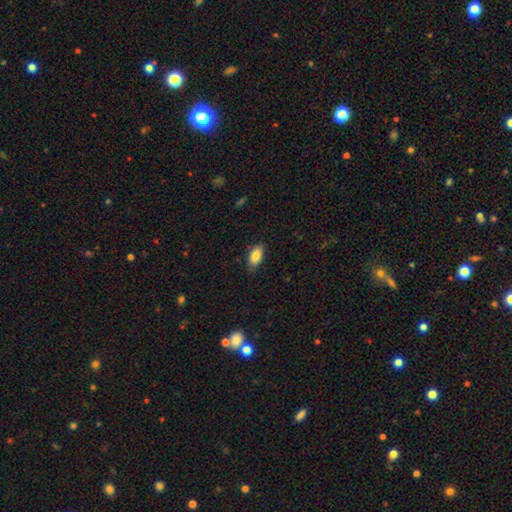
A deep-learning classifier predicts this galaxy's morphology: A smooth galaxy with no disk features (87%) that is in between round and cigar-shaped (90%).

Vote fractions:
- Smooth or featured? smooth: 87% / star or artifact: 7% / featured or disk: 7%
- How rounded? in between: 90% / cigar-shaped: 7% / round: 3%
- Merging? none: 79% / minor disturbance: 17% / major disturbance: 3% / merger: 1%